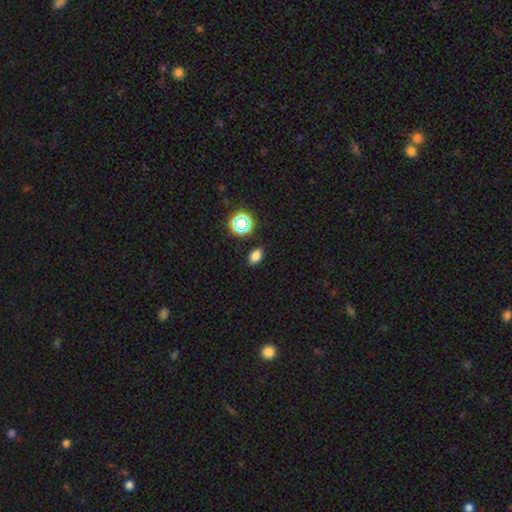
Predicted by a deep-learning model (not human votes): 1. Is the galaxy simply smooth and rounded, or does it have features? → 75% smooth, 19% star or artifact, 6% featured or disk.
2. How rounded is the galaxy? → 81% in between, 17% round, 2% cigar-shaped.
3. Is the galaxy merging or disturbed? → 83% none, 12% minor disturbance, 3% major disturbance, 2% merger.